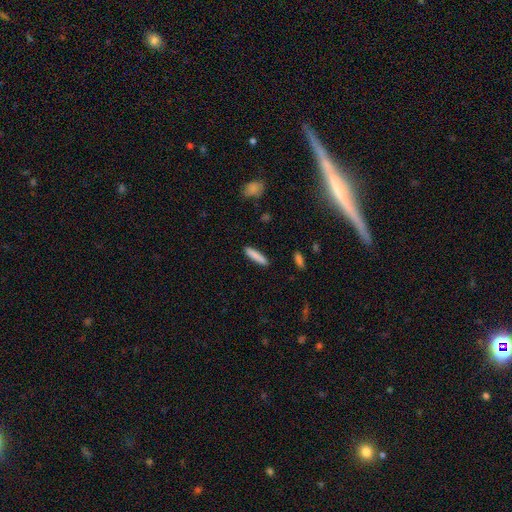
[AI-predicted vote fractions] Overall: smooth (84%). How rounded: cigar-shaped (88%). Merging: none (90%).